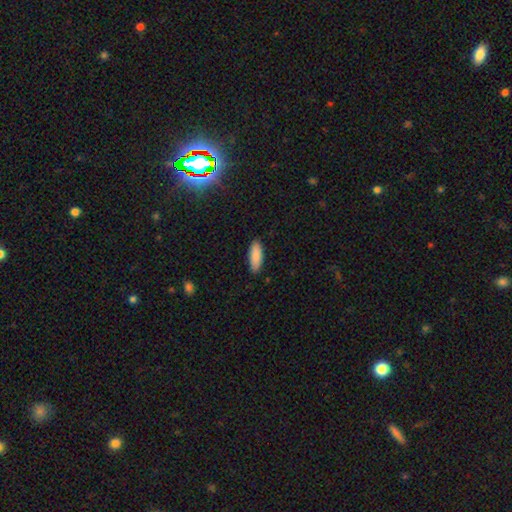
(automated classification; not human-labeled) smooth_or_featured: smooth (p=0.88) [alt: featured or disk p=0.06]
how_rounded: in between (p=0.70) [alt: cigar-shaped p=0.28]
merging: none (p=0.88) [alt: minor disturbance p=0.09]